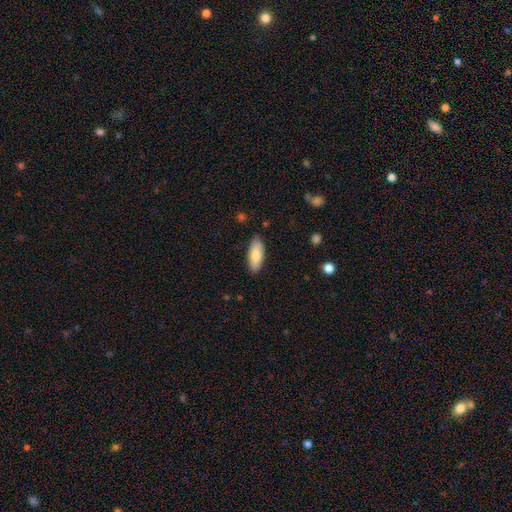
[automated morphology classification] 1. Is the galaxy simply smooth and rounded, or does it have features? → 81% smooth, 13% featured or disk, 6% star or artifact.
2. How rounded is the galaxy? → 76% in between, 22% cigar-shaped, 2% round.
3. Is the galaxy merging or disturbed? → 85% none, 11% minor disturbance, 2% major disturbance, 1% merger.